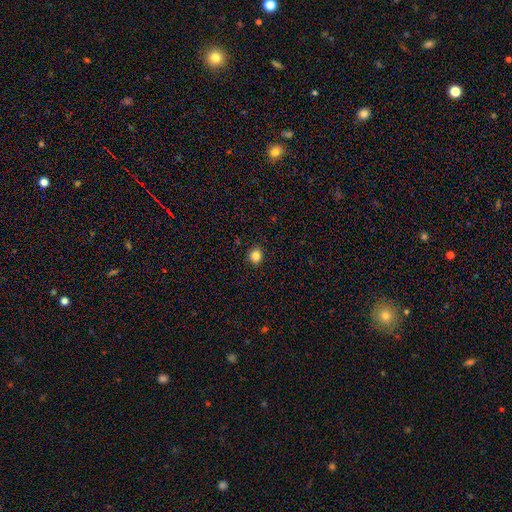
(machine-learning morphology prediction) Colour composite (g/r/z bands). It shows a smooth galaxy with no disk features (85%) that is round (81%). Merging: none (90%).